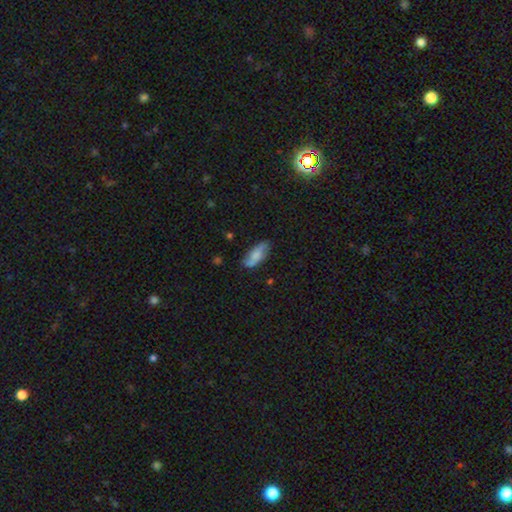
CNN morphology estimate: smooth_or_featured: smooth (p=0.63) [alt: featured or disk p=0.30]
how_rounded: in between (p=0.78) [alt: cigar-shaped p=0.19]
merging: none (p=0.67) [alt: minor disturbance p=0.23]